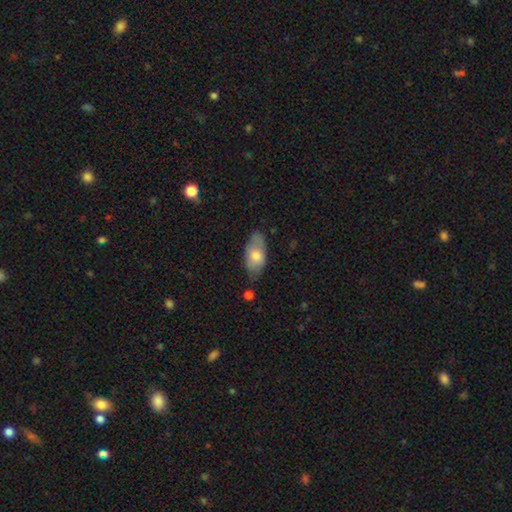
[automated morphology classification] smooth-or-featured: smooth: 69% | featured or disk: 25% | star or artifact: 6%
  how-rounded: in between: 91% | cigar-shaped: 5% | round: 4%
  merging: none: 65% | minor disturbance: 26% | major disturbance: 6% | merger: 4%